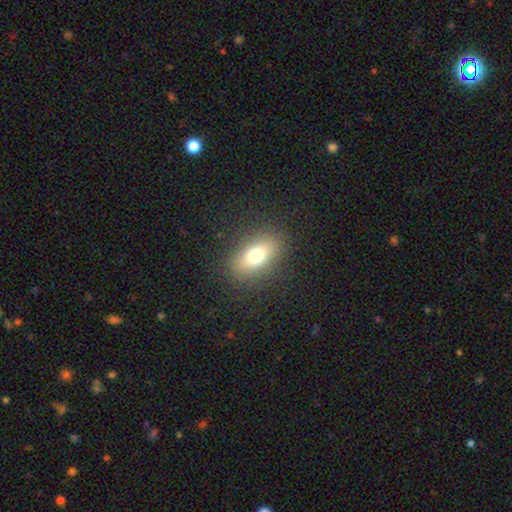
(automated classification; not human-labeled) A smooth galaxy with no disk features (72%) that is in between round and cigar-shaped (81%). Merging: none (85%).